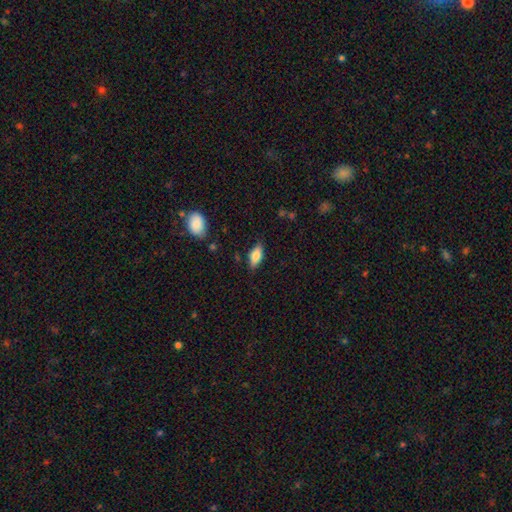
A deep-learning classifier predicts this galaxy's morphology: smooth-or-featured: smooth: 78% | featured or disk: 15% | star or artifact: 7%
  how-rounded: in between: 84% | cigar-shaped: 13% | round: 3%
  merging: none: 82% | minor disturbance: 14% | major disturbance: 3% | merger: 2%